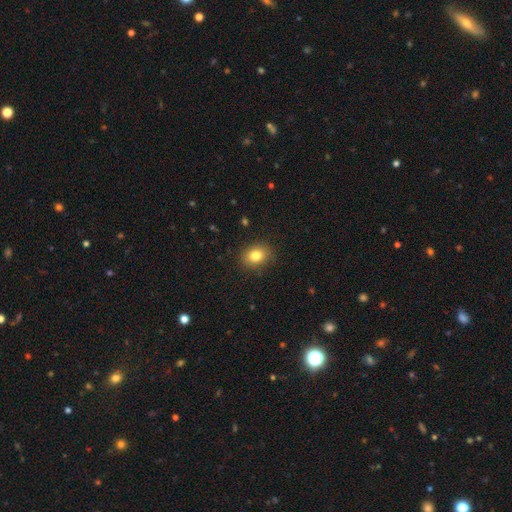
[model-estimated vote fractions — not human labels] Smooth or featured? Predicted: smooth (p=0.82). How rounded? Predicted: round (p=0.51). Merging? Predicted: none (p=0.87).